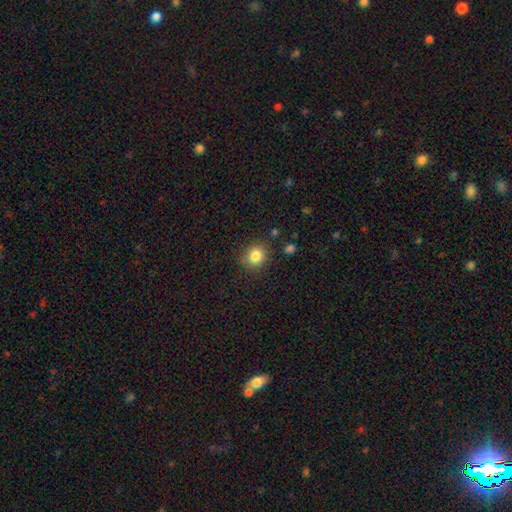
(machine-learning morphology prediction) smooth-or-featured: smooth: 83% | star or artifact: 11% | featured or disk: 6%
  how-rounded: round: 82% | in between: 17% | cigar-shaped: 1%
  merging: none: 84% | minor disturbance: 11% | major disturbance: 3% | merger: 3%